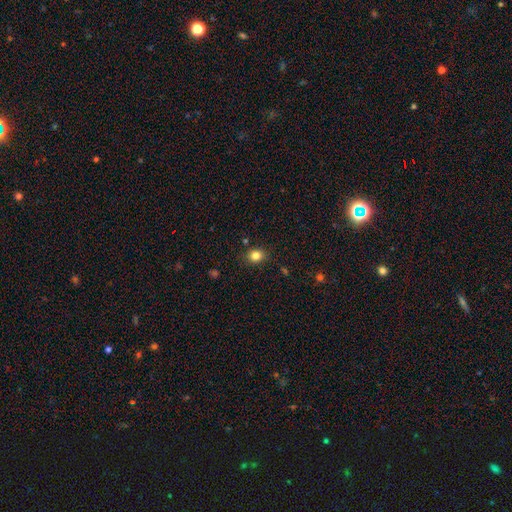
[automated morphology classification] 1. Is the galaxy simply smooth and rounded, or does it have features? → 83% smooth, 11% star or artifact, 6% featured or disk.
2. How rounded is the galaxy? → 57% round, 42% in between, 1% cigar-shaped.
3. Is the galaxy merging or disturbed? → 84% none, 11% minor disturbance, 3% major disturbance, 2% merger.